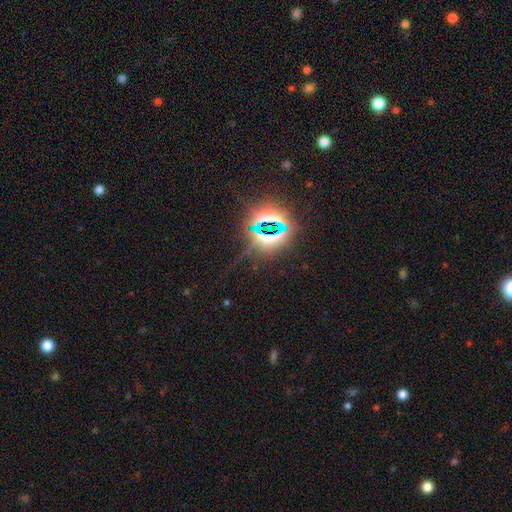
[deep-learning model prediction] This appears to be a star or artifact, not a galaxy (79%).